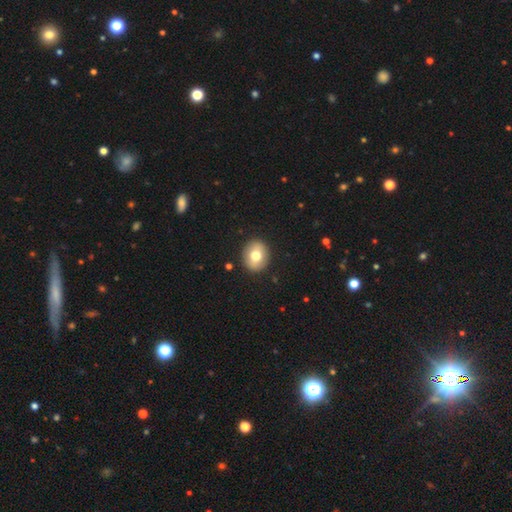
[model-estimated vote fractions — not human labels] Smooth or featured? Predicted: smooth (p=0.74). How rounded? Predicted: round (p=0.67). Merging? Predicted: none (p=0.91).